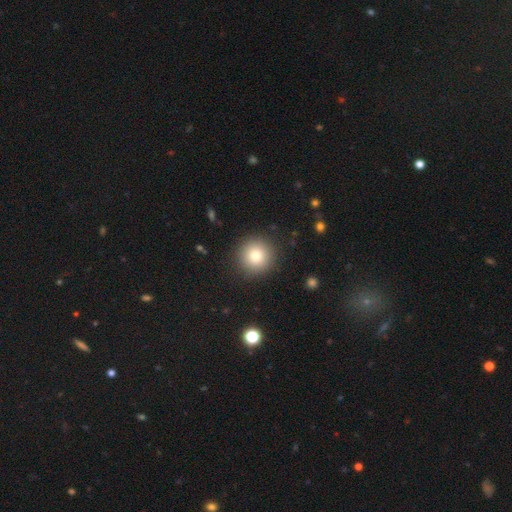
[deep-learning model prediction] smooth 83%, star or artifact 10%, featured or disk 7%. Down the decision tree: how rounded — round (95%); merging — none (90%).